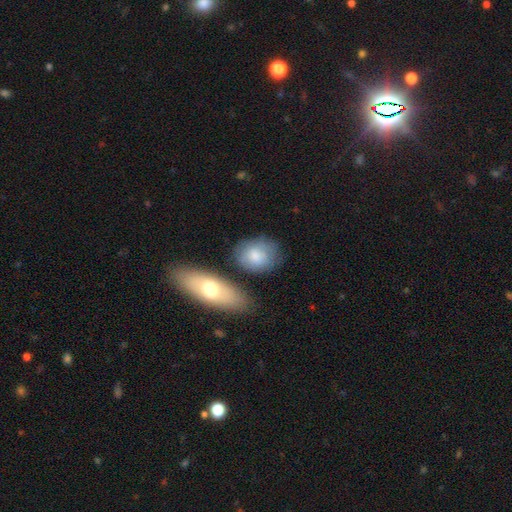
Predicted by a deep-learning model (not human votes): smooth_or_featured: smooth (p=0.81) [alt: featured or disk p=0.13]
how_rounded: in between (p=0.61) [alt: round p=0.37]
merging: none (p=0.65) [alt: minor disturbance p=0.19]